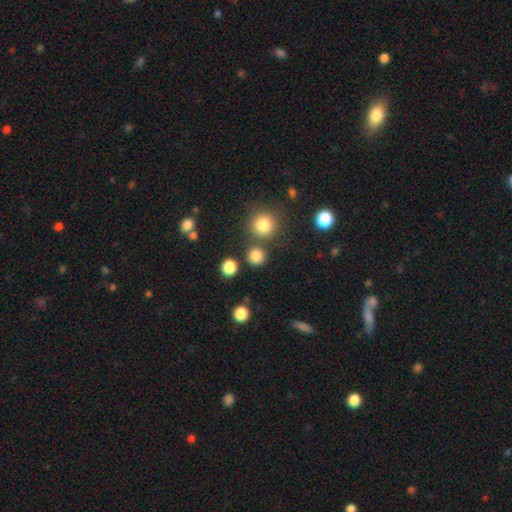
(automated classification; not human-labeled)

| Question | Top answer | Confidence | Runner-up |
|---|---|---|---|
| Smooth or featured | smooth | 82% | star or artifact (14%) |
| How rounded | round | 91% | in between (8%) |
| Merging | none | 80% | merger (10%) |